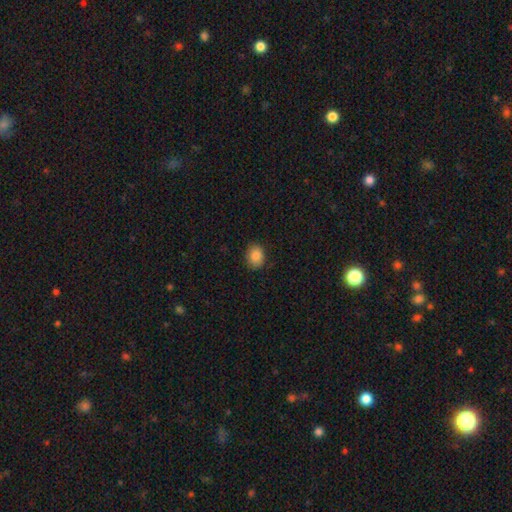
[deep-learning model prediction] Smooth or featured? Predicted: smooth (p=0.87). How rounded? Predicted: round (p=0.51). Merging? Predicted: none (p=0.85).